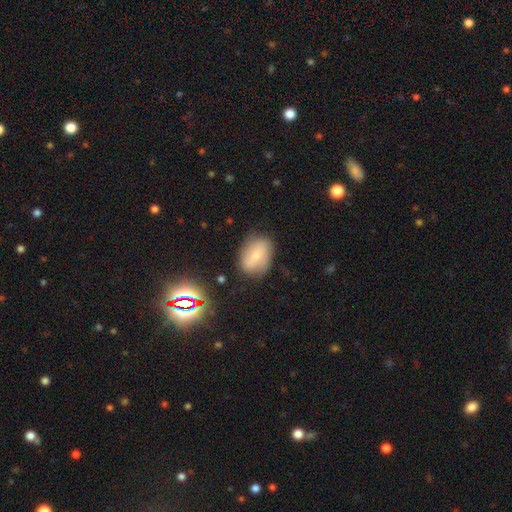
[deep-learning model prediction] This is possibly a smooth galaxy (57%). How rounded: likely in between (78%). Merging: likely none (74%).